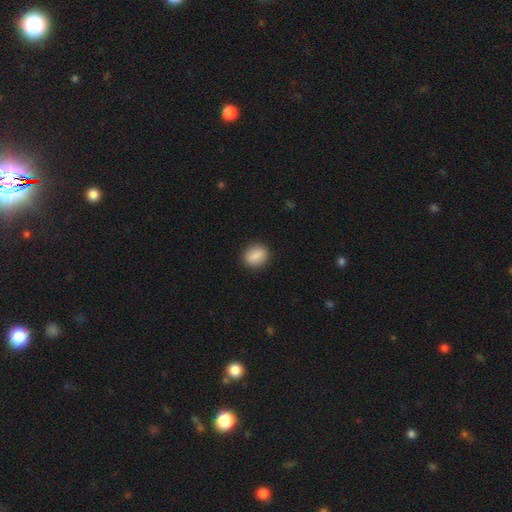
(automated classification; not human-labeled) smooth_or_featured: smooth (p=0.86) [alt: star or artifact p=0.08]
how_rounded: round (p=0.50) [alt: in between p=0.48]
merging: none (p=0.89) [alt: minor disturbance p=0.07]